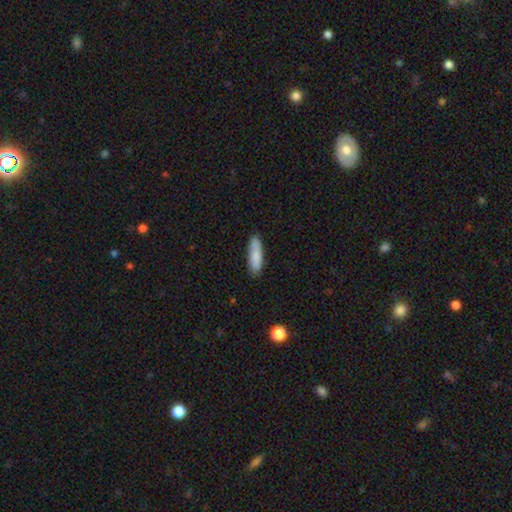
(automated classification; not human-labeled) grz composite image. It shows a smooth galaxy with no disk features (84%) that is cigar-shaped (61%). Merging: none (83%).